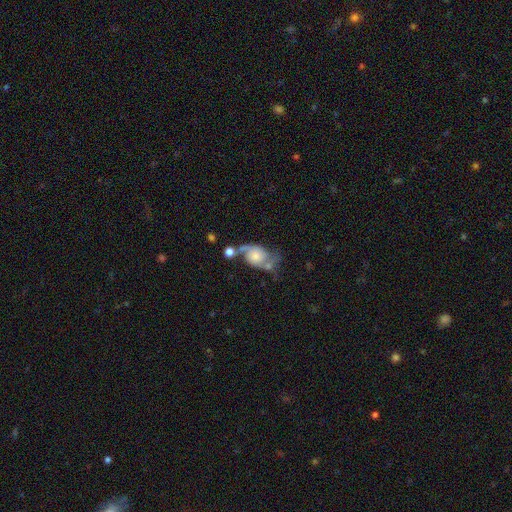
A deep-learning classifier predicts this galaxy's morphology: type=featured or disk (72%); edge-on=no (96%); bar=no (75%); spiral arms=yes (91%); winding=loose (53%); arm count=2 (87%); bulge=small (44%); merging=none (37%).